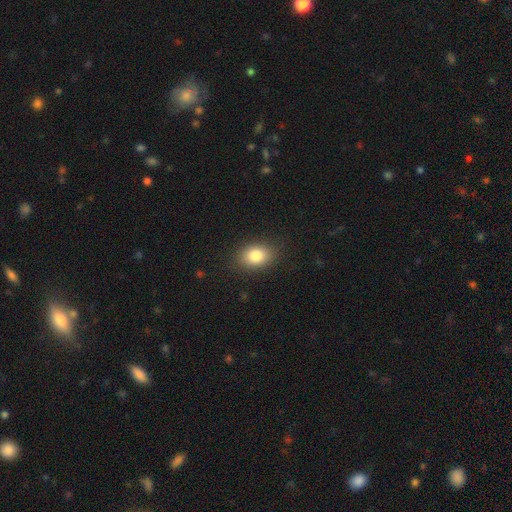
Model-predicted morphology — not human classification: smooth-or-featured: smooth: 83% | star or artifact: 9% | featured or disk: 8%
  how-rounded: in between: 77% | round: 21% | cigar-shaped: 1%
  merging: none: 86% | minor disturbance: 10% | major disturbance: 3% | merger: 1%